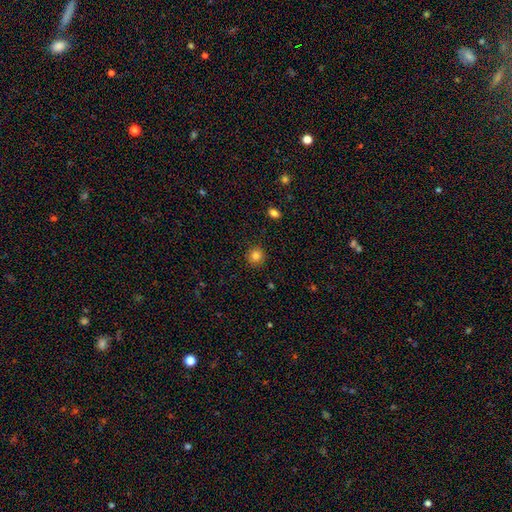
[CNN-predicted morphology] smooth_or_featured: smooth (p=0.83) [alt: star or artifact p=0.11]
how_rounded: round (p=0.92) [alt: in between p=0.07]
merging: none (p=0.91) [alt: minor disturbance p=0.06]